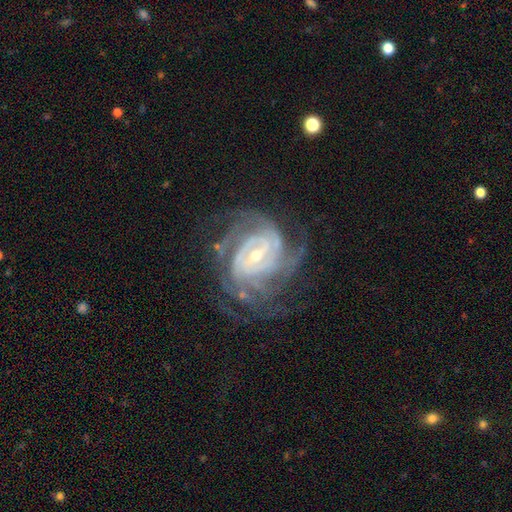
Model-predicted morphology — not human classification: Smooth or featured? Predicted: featured or disk (p=0.92). Edge-on disk? Predicted: no (p=0.97). Bar? Predicted: weak (p=0.47). Spiral arms? Predicted: yes (p=0.98). Spiral winding? Predicted: tight (p=0.70). Spiral arm count? Predicted: 4 (p=0.25). Bulge size? Predicted: small (p=0.58). Merging? Predicted: none (p=0.67).